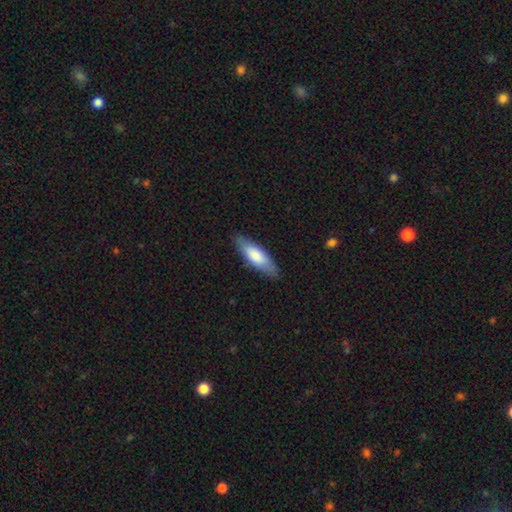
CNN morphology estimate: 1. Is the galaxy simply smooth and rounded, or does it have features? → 74% smooth, 21% featured or disk, 5% star or artifact.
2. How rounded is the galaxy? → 54% in between, 44% cigar-shaped, 2% round.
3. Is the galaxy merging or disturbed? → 84% none, 13% minor disturbance, 2% major disturbance, 1% merger.